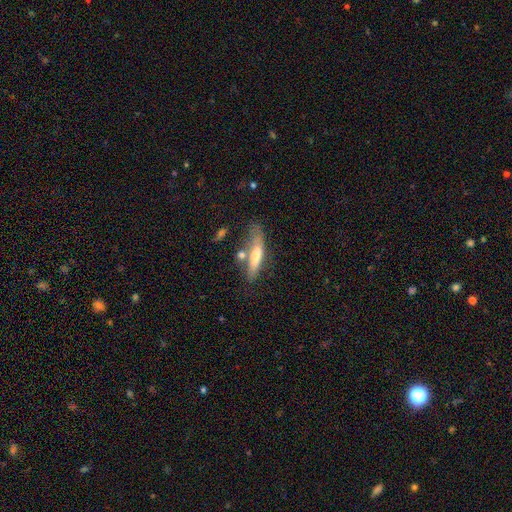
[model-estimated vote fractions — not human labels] Smooth or featured? smooth (57%)
How rounded? cigar-shaped (72%)
Merging? none (54%)